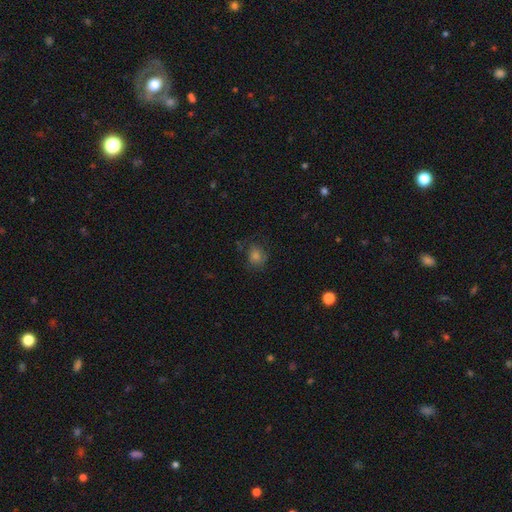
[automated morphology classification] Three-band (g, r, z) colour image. It shows a smooth galaxy with no disk features (61%) that is round (72%). Merging: none (69%).